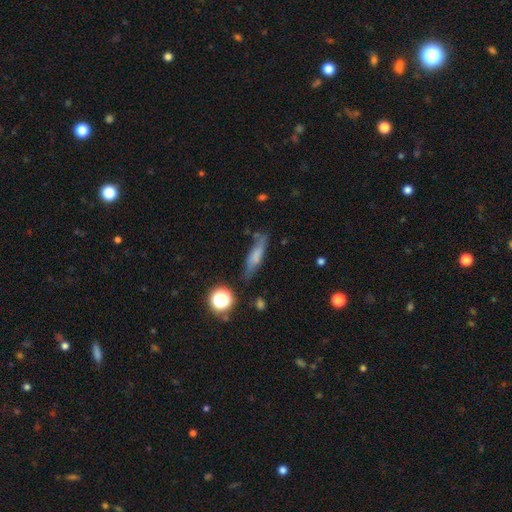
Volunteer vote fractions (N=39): This is likely a smooth galaxy (67%). How rounded: likely cigar-shaped (73%). Merging: likely none (69%).